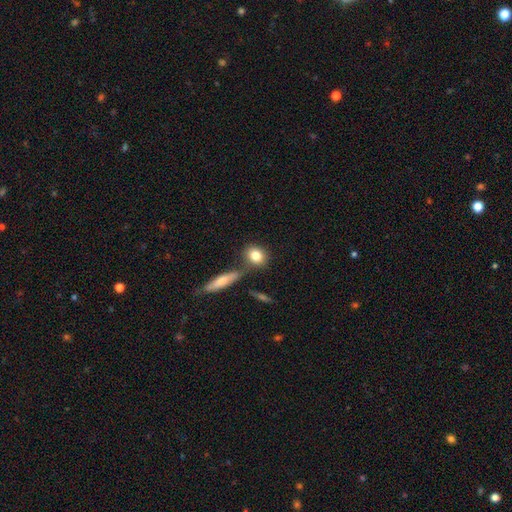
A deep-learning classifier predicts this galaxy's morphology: This appears to be a smooth galaxy with no disk features (80%) that is round (56%). Merging: none (67%).